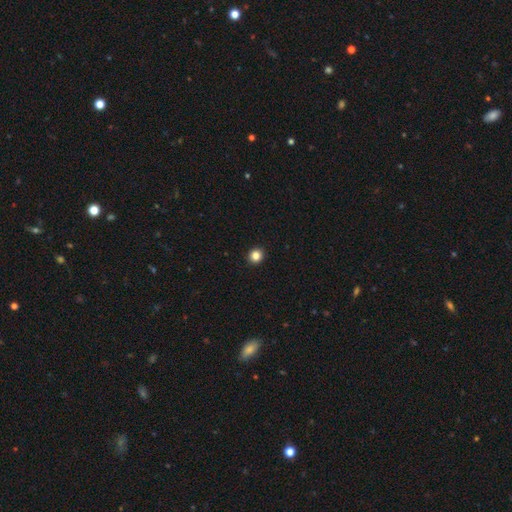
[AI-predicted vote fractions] Smooth or featured? Predicted: smooth (p=0.84). How rounded? Predicted: round (p=0.91). Merging? Predicted: none (p=0.94).